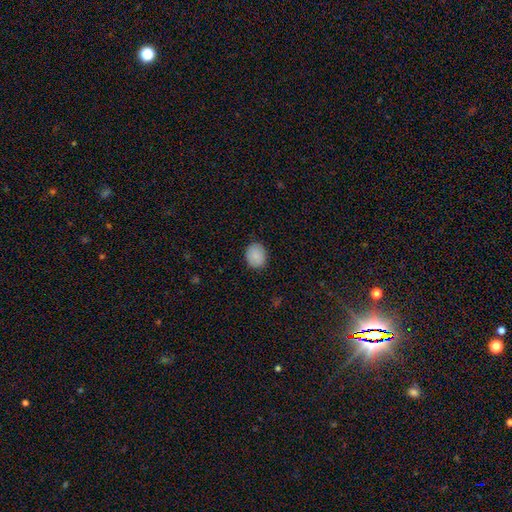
Morphology: type=smooth (92%); roundness=round (71%); merging=none (86%).